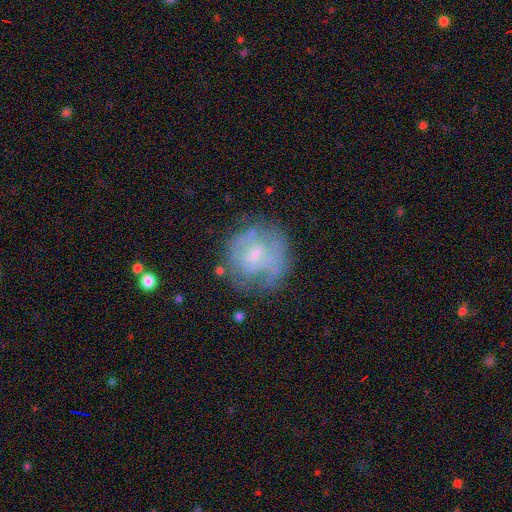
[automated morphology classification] smooth_or_featured: featured or disk (p=0.56) [alt: smooth p=0.35]
disk_edge_on: no (p=0.97) [alt: yes p=0.03]
bar: no (p=0.53) [alt: weak p=0.39]
has_spiral_arms: no (p=0.56) [alt: yes p=0.44]
bulge_size: small (p=0.41) [alt: moderate p=0.36]
merging: none (p=0.59) [alt: minor disturbance p=0.22]